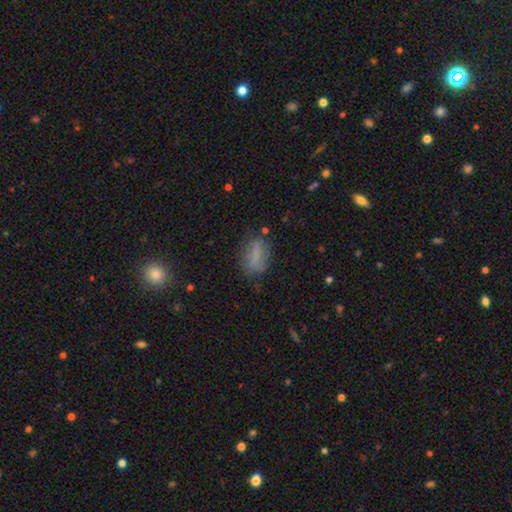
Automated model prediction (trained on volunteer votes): smooth_or_featured: smooth (p=0.69) [alt: featured or disk p=0.19]
how_rounded: in between (p=0.74) [alt: cigar-shaped p=0.19]
merging: none (p=0.70) [alt: minor disturbance p=0.19]